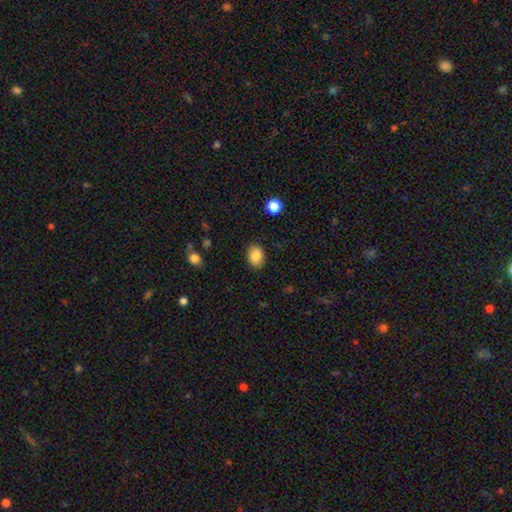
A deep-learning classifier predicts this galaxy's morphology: Overall: smooth (87%). How rounded: in between (67%; round 32%). Merging: none (84%).